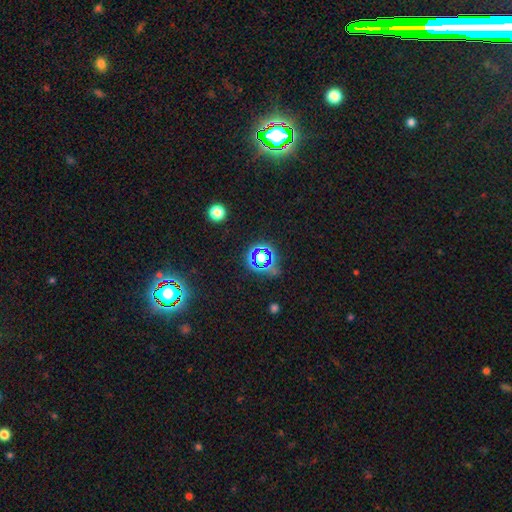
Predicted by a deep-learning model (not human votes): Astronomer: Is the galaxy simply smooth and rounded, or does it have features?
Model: star or artifact — 66%.